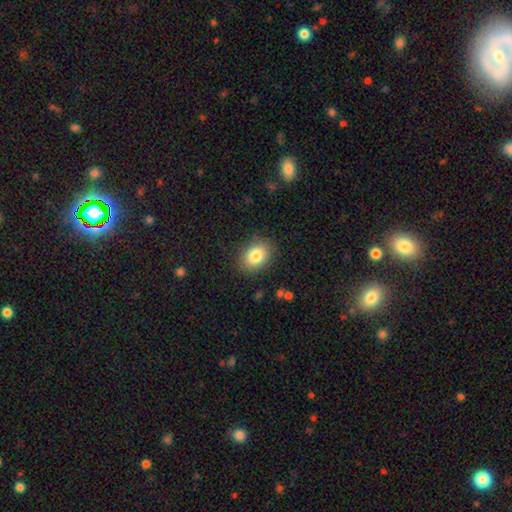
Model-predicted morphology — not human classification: type=smooth (83%); roundness=in between (69%); merging=none (86%).